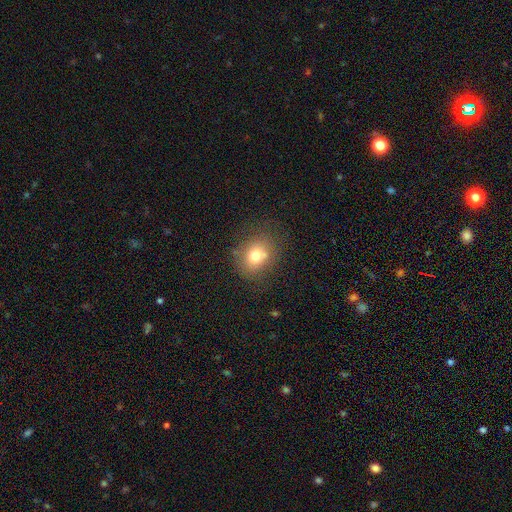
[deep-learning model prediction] smooth_or_featured: smooth (p=0.74) [alt: featured or disk p=0.14]
how_rounded: round (p=0.60) [alt: in between p=0.39]
merging: none (p=0.71) [alt: minor disturbance p=0.17]